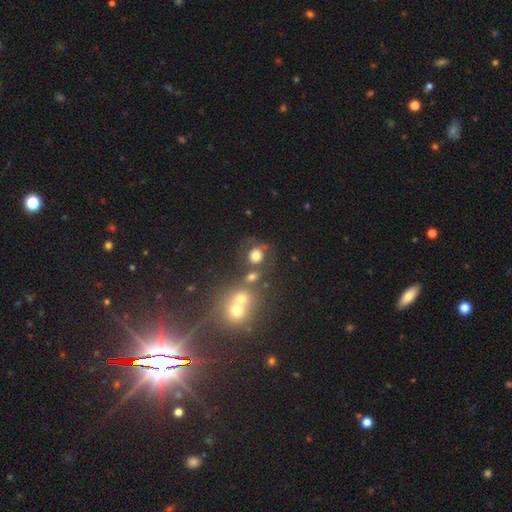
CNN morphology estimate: Smooth or featured? Predicted: smooth (p=0.69). How rounded? Predicted: round (p=0.83). Merging? Predicted: none (p=0.56).